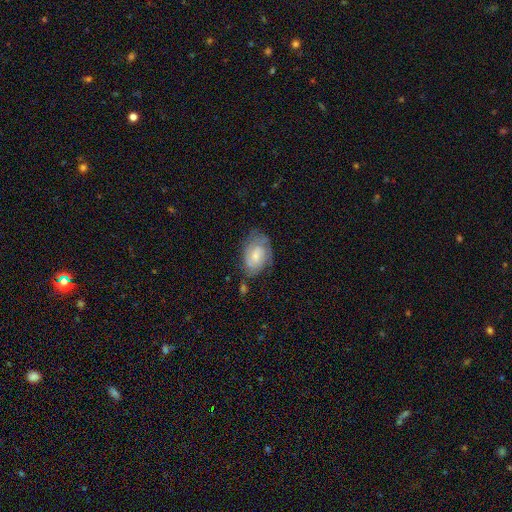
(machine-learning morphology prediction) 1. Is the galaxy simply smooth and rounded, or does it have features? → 52% featured or disk, 41% smooth, 7% star or artifact.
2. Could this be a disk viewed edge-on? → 96% no, 4% yes.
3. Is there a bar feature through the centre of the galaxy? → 62% no, 33% weak, 5% strong.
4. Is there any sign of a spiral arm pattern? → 79% yes, 21% no.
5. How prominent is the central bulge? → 51% small, 39% moderate, 5% none, 4% large, 1% dominant.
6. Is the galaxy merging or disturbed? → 54% none, 30% minor disturbance, 12% major disturbance, 4% merger.